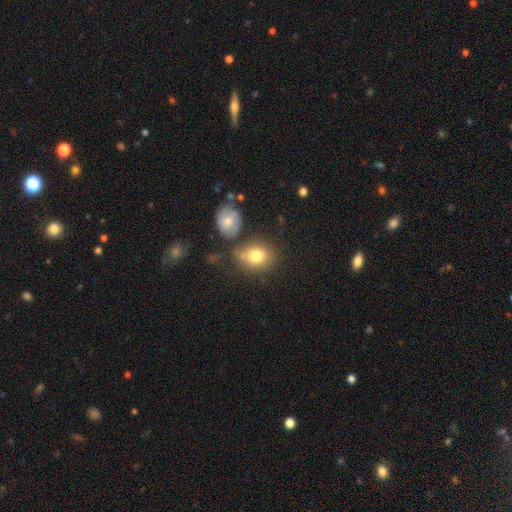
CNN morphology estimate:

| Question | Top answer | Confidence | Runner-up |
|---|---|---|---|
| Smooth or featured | smooth | 79% | featured or disk (11%) |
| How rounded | round | 53% | in between (46%) |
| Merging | none | 64% | minor disturbance (17%) |